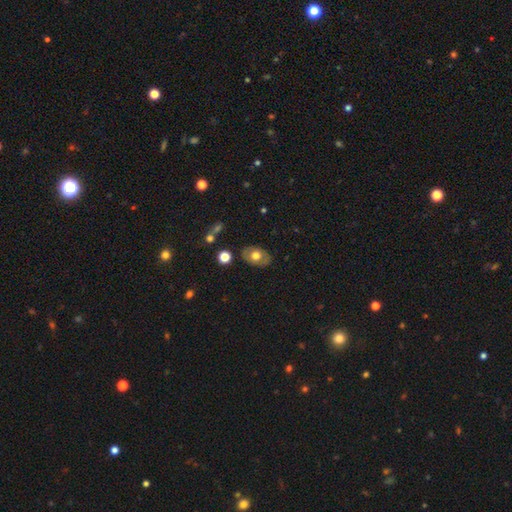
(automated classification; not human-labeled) smooth 56%, featured or disk 37%, star or artifact 7%. Down the decision tree: how rounded — in between (78%); merging — none (82%).